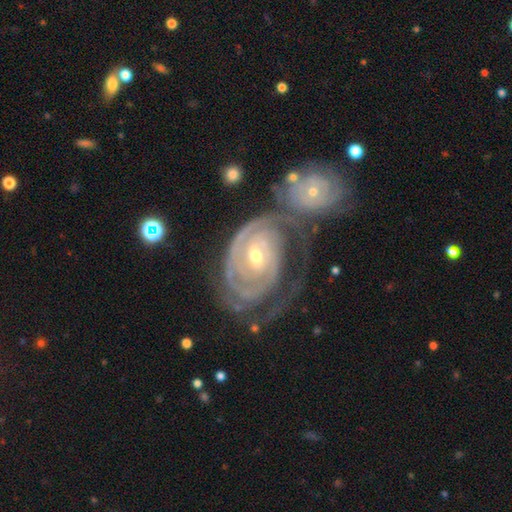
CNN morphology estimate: Smooth or featured? Predicted: featured or disk (p=0.89). Edge-on disk? Predicted: no (p=0.96). Bar? Predicted: no (p=0.44). Spiral arms? Predicted: yes (p=0.96). Spiral winding? Predicted: tight (p=0.80). Spiral arm count? Predicted: can't tell (p=0.35). Bulge size? Predicted: small (p=0.51). Merging? Predicted: merger (p=0.34).